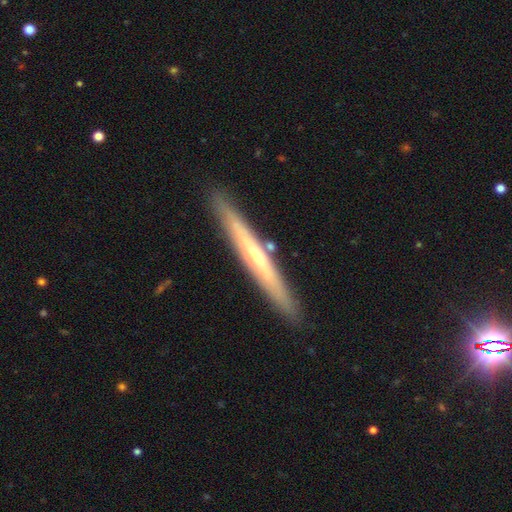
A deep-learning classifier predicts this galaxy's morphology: A featured or disk galaxy (60%) viewed edge-on (93%) with no central bulge (51%). Merging: none (88%).